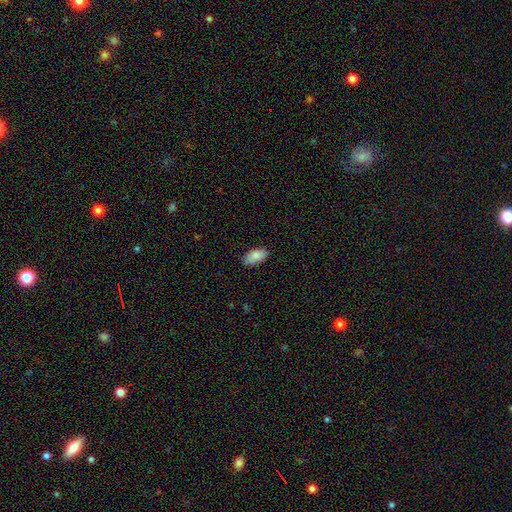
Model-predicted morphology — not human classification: Q: Smooth or featured?
A: smooth (87%); runner-up: star or artifact (7%)
Q: How rounded?
A: in between (93%); runner-up: cigar-shaped (4%)
Q: Merging?
A: none (78%); runner-up: minor disturbance (18%)